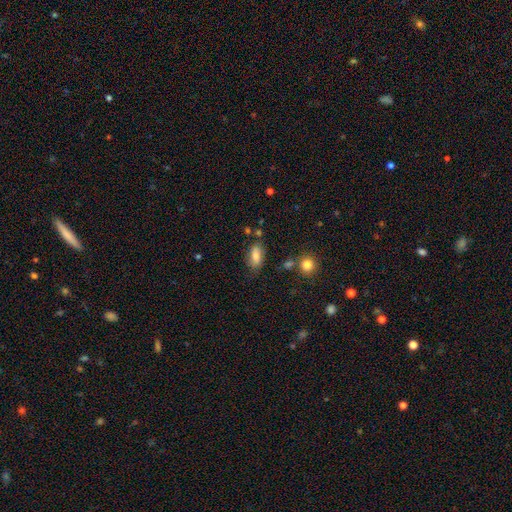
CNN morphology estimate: Q: Smooth or featured?
A: smooth (79%); runner-up: featured or disk (12%)
Q: How rounded?
A: in between (89%); runner-up: cigar-shaped (7%)
Q: Merging?
A: none (73%); runner-up: minor disturbance (18%)